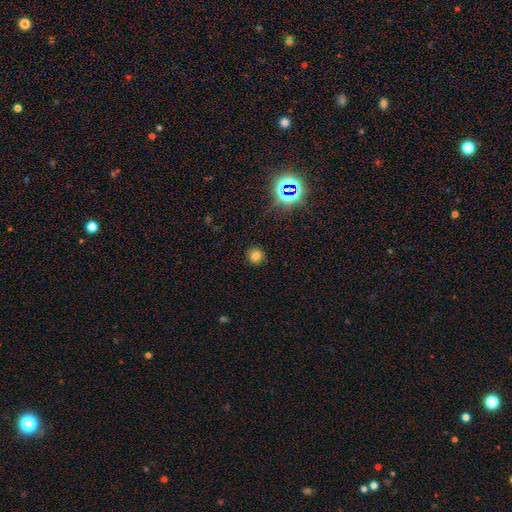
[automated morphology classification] smooth 75%, star or artifact 18%, featured or disk 7%. Down the decision tree: how rounded — round (92%); merging — none (90%).